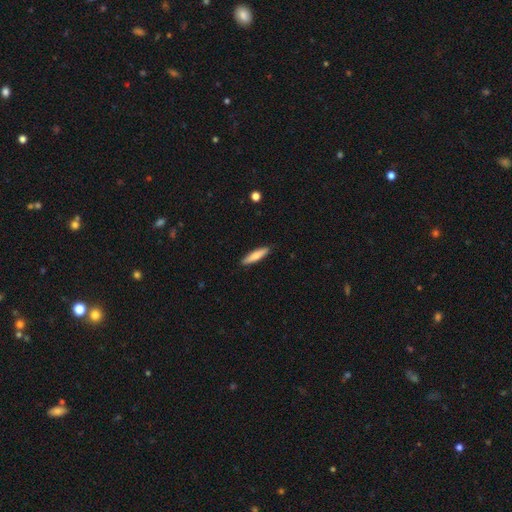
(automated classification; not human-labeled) smooth 72%, featured or disk 22%, star or artifact 6%. Down the decision tree: how rounded — cigar-shaped (80%); merging — none (90%).